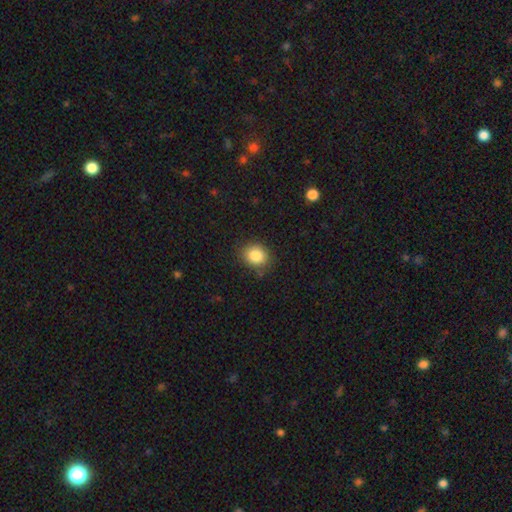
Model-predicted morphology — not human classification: smooth-or-featured: smooth: 86% | star or artifact: 9% | featured or disk: 5%
  how-rounded: round: 65% | in between: 34% | cigar-shaped: 1%
  merging: none: 81% | minor disturbance: 14% | major disturbance: 3% | merger: 2%